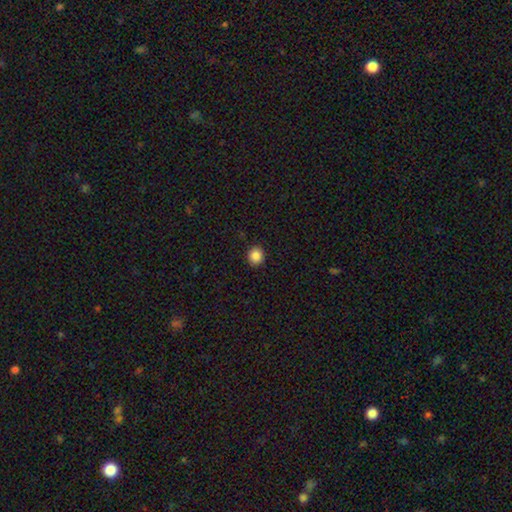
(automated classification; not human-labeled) Overall: smooth (86%). How rounded: round (85%). Merging: none (91%).